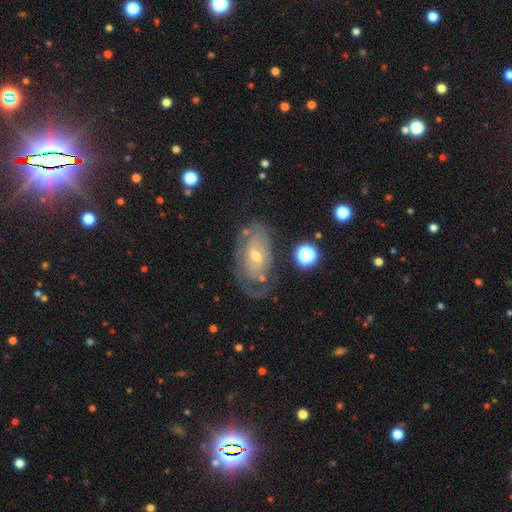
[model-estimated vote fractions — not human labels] The model was most divided on "bulge size": small: 56%, moderate: 40%, large: 2%, none: 1%, dominant: 1%. More confident: edge-on disk — no (93%); spiral arms — yes (73%); smooth or featured — featured or disk (71%); bar — no (63%); merging — none (52%).